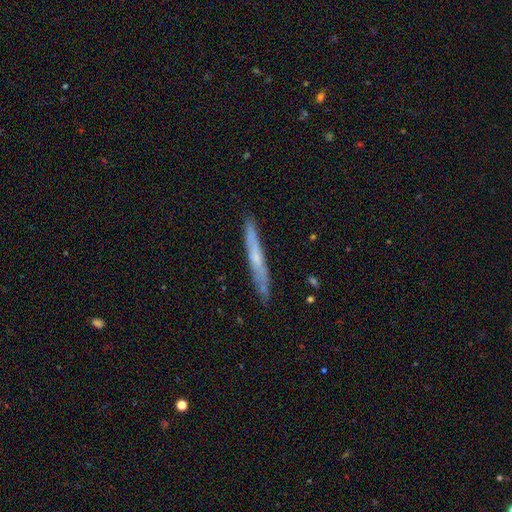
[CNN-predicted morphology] smooth-or-featured: featured or disk: 48% | smooth: 46% | star or artifact: 6%
  merging: none: 86% | minor disturbance: 11% | major disturbance: 2% | merger: 1%